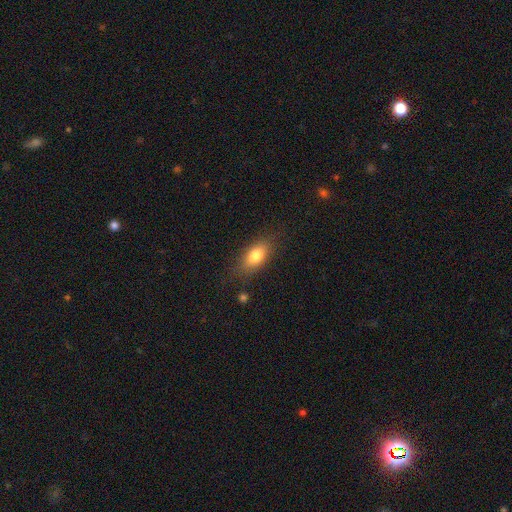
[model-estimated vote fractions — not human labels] smooth_or_featured: smooth (p=0.79) [alt: featured or disk p=0.14]
how_rounded: in between (p=0.84) [alt: cigar-shaped p=0.09]
merging: none (p=0.81) [alt: minor disturbance p=0.14]